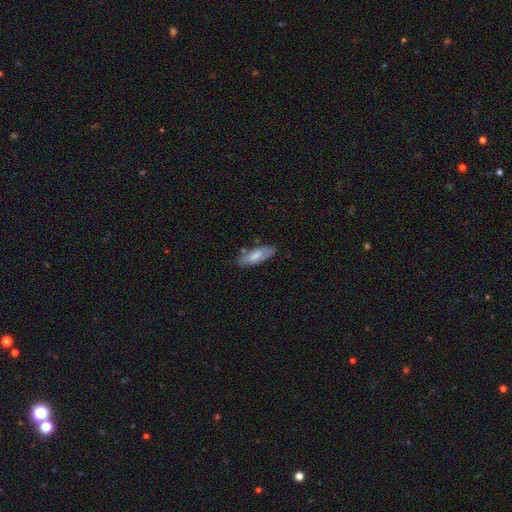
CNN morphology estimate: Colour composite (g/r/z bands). It shows a smooth galaxy with no disk features (70%) that is in between round and cigar-shaped (66%). Merging: none (75%).